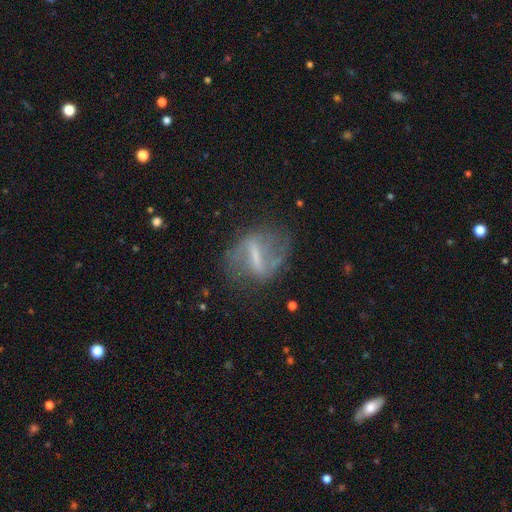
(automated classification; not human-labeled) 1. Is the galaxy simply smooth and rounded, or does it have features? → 74% featured or disk, 16% smooth, 9% star or artifact.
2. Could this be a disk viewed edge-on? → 90% no, 10% yes.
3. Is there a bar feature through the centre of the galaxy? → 66% strong, 26% weak, 8% no.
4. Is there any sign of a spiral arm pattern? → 70% yes, 30% no.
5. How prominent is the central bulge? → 40% none, 34% small, 20% moderate, 5% large, 1% dominant.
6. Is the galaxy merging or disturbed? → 64% none, 19% minor disturbance, 15% major disturbance, 3% merger.